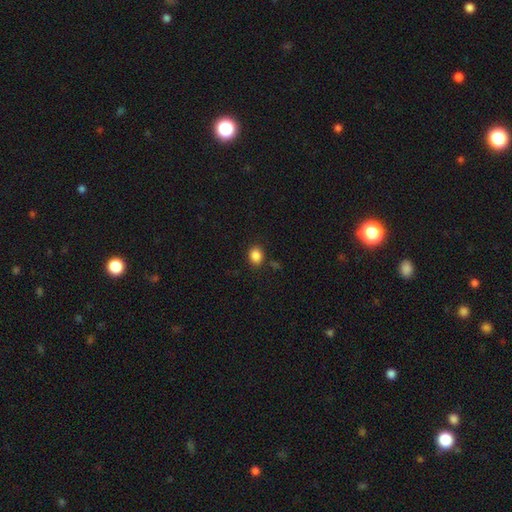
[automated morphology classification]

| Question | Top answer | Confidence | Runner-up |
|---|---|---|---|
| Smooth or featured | smooth | 87% | star or artifact (10%) |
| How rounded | round | 51% | in between (48%) |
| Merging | none | 84% | minor disturbance (10%) |